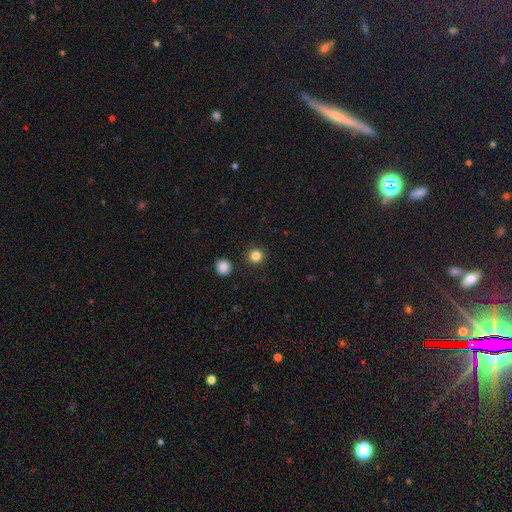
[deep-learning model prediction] Q: Smooth or featured?
A: smooth (84%); runner-up: star or artifact (12%)
Q: How rounded?
A: round (93%); runner-up: in between (6%)
Q: Merging?
A: none (92%); runner-up: minor disturbance (5%)